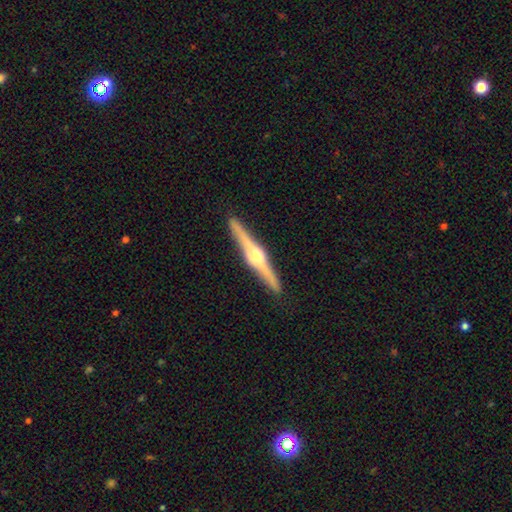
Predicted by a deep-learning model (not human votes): The model was most divided on "smooth or featured": featured or disk: 82%, smooth: 13%, star or artifact: 5%. More confident: edge-on disk — yes (98%); edge-on bulge — rounded (94%); merging — none (92%).